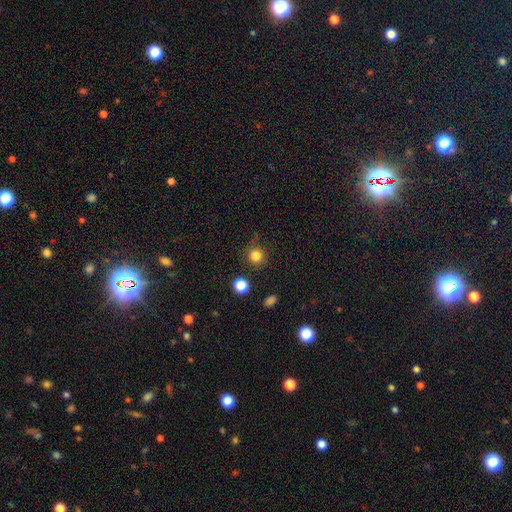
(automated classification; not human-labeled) Morphology: type=smooth (82%); roundness=round (91%); merging=none (80%).